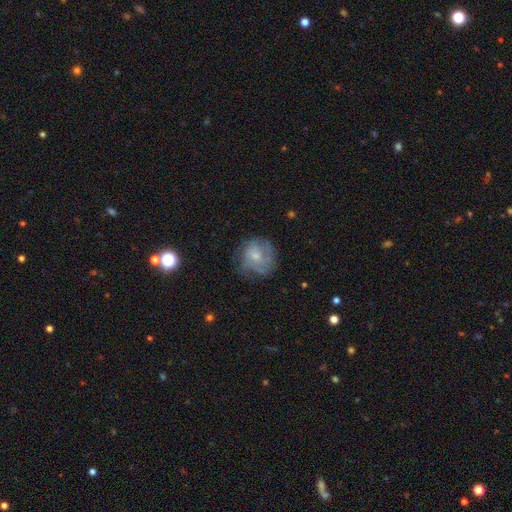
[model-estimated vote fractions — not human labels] smooth_or_featured: featured or disk (p=0.51) [alt: smooth p=0.40]
disk_edge_on: no (p=0.98) [alt: yes p=0.02]
bar: no (p=0.74) [alt: weak p=0.23]
has_spiral_arms: yes (p=0.73) [alt: no p=0.27]
bulge_size: small (p=0.56) [alt: moderate p=0.33]
merging: none (p=0.62) [alt: minor disturbance p=0.23]